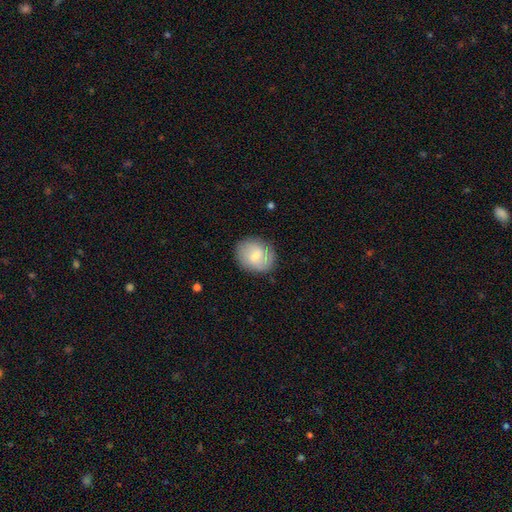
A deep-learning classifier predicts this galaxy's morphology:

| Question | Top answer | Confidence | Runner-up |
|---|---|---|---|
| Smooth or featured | smooth | 60% | featured or disk (34%) |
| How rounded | round | 61% | in between (38%) |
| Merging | none | 81% | minor disturbance (14%) |